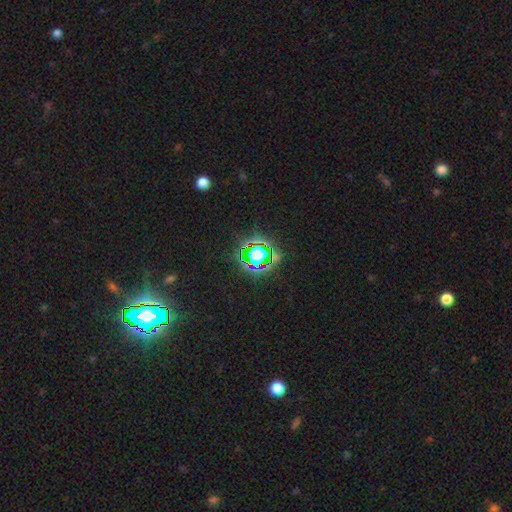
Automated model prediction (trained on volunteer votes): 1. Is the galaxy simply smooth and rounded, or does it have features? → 69% star or artifact, 20% smooth, 11% featured or disk.